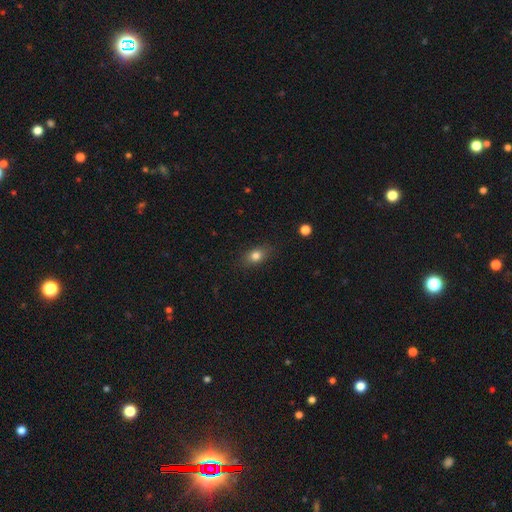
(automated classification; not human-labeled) Smooth or featured: smooth — 80% (star or artifact — 10%)
How rounded: in between — 75% (round — 21%)
Merging: none — 84% (minor disturbance — 12%)